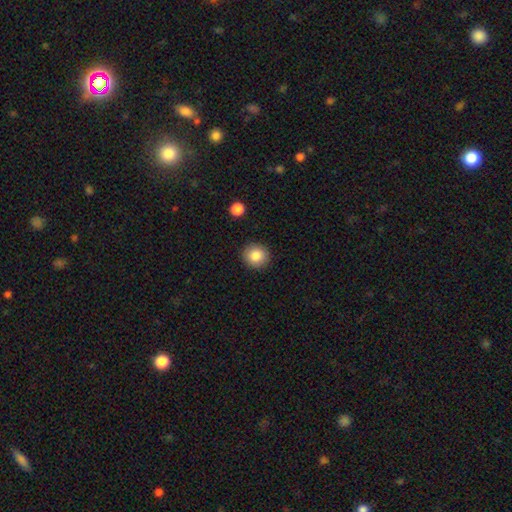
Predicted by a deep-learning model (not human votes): Smooth or featured?
  - smooth: 85% *
  - star or artifact: 9%
  - featured or disk: 7%
How rounded?
  - round: 88% *
  - in between: 11%
  - cigar-shaped: 1%
Merging?
  - none: 91% *
  - minor disturbance: 6%
  - major disturbance: 2%
  - merger: 1%